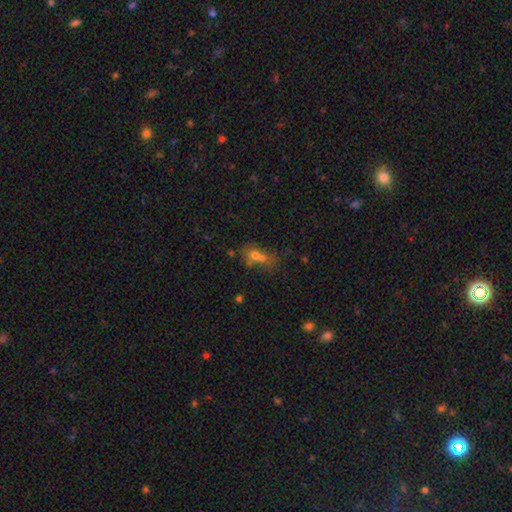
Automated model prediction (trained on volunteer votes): A smooth galaxy with no disk features (64%) that is round (53%).

Vote fractions:
- Smooth or featured? smooth: 64% / featured or disk: 20% / star or artifact: 16%
- How rounded? round: 53% / in between: 44% / cigar-shaped: 2%
- Merging? merger: 57% / none: 26% / minor disturbance: 10% / major disturbance: 8%